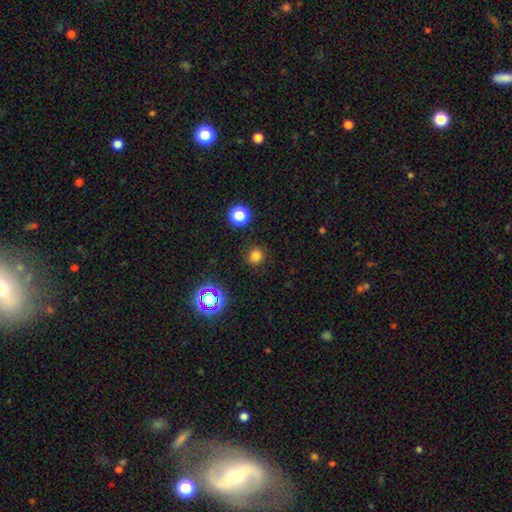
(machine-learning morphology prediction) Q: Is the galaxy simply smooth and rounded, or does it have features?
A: smooth — 77%.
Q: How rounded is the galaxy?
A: round — 92%.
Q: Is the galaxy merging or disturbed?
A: none — 90%.